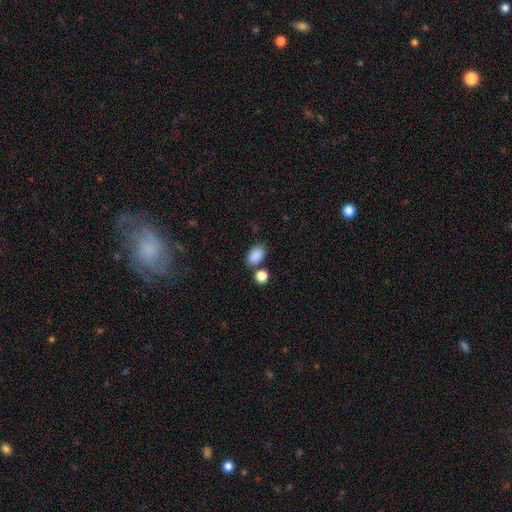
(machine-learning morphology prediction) Smooth or featured? Predicted: smooth (p=0.87). How rounded? Predicted: in between (p=0.86). Merging? Predicted: none (p=0.67).